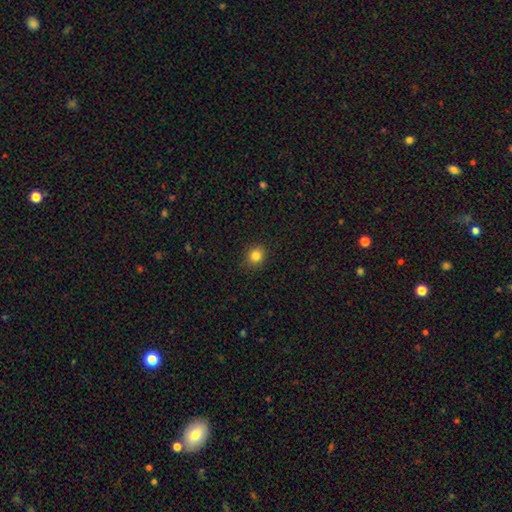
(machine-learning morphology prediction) A smooth galaxy with no disk features (83%) that is round (79%).

Vote fractions:
- Smooth or featured? smooth: 83% / star or artifact: 11% / featured or disk: 5%
- How rounded? round: 79% / in between: 20% / cigar-shaped: 1%
- Merging? none: 88% / minor disturbance: 8% / major disturbance: 2% / merger: 1%